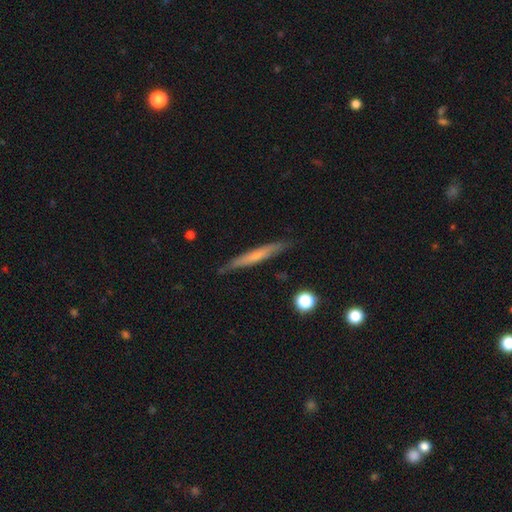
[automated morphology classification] smooth-or-featured: smooth: 50% | featured or disk: 44% | star or artifact: 6%
  merging: none: 84% | minor disturbance: 13% | major disturbance: 2% | merger: 2%